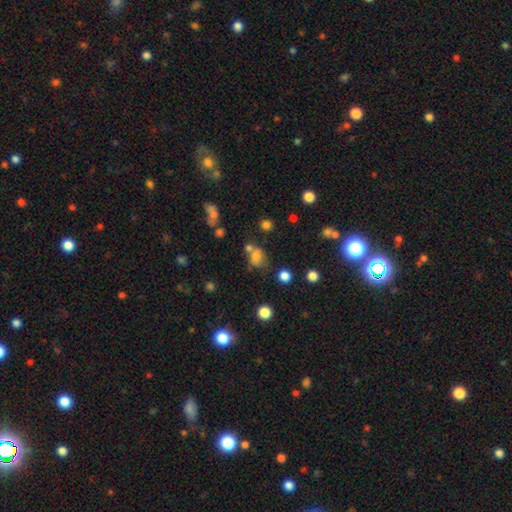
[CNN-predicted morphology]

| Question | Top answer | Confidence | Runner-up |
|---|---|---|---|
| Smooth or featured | smooth | 70% | star or artifact (18%) |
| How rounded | in between | 53% | round (45%) |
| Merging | none | 49% | merger (24%) |